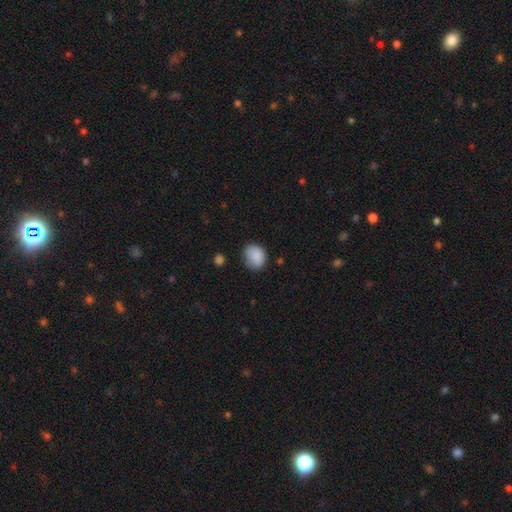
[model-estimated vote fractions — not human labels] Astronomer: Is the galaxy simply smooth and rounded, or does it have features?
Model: smooth — 86%.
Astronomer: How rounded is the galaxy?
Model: round — 56% (runner-up: in between, 43%).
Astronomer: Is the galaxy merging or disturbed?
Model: none — 63%.